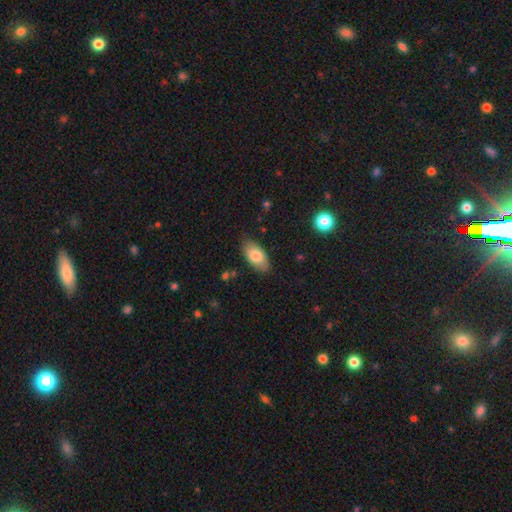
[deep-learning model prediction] This is likely a smooth galaxy (80%). How rounded: clearly in between (93%). Merging: clearly none (83%).